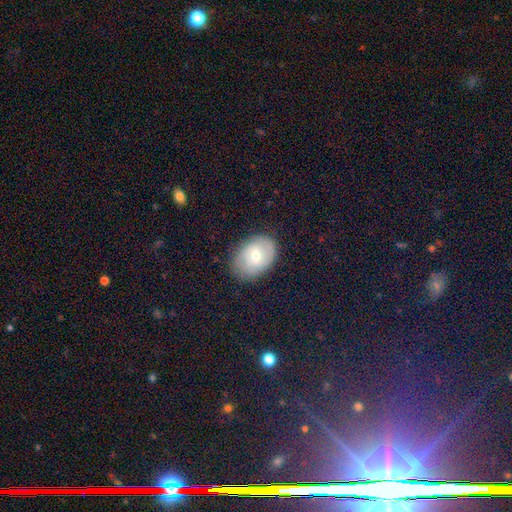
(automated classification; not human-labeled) Smooth or featured? smooth (46%)
Merging? none (81%)